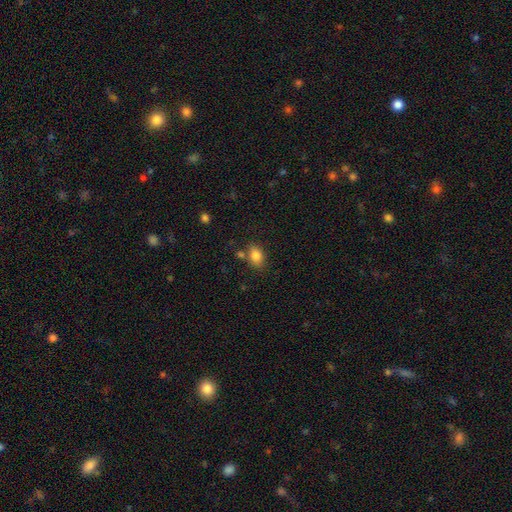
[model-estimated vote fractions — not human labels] smooth_or_featured: smooth (p=0.84) [alt: star or artifact p=0.09]
how_rounded: in between (p=0.80) [alt: round p=0.18]
merging: none (p=0.71) [alt: minor disturbance p=0.14]